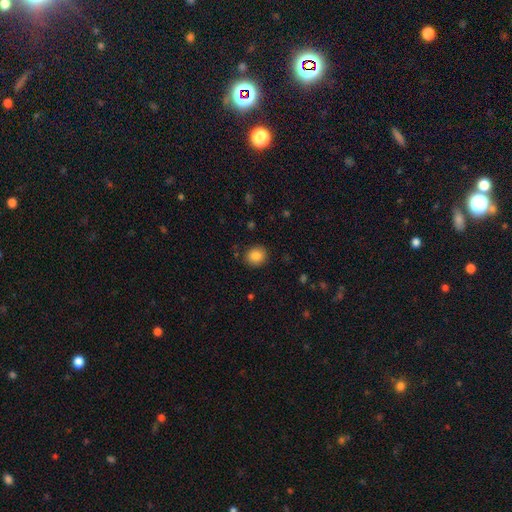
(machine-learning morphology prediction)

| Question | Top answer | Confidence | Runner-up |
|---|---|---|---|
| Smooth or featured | smooth | 86% | star or artifact (9%) |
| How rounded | round | 76% | in between (23%) |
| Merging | none | 88% | minor disturbance (8%) |